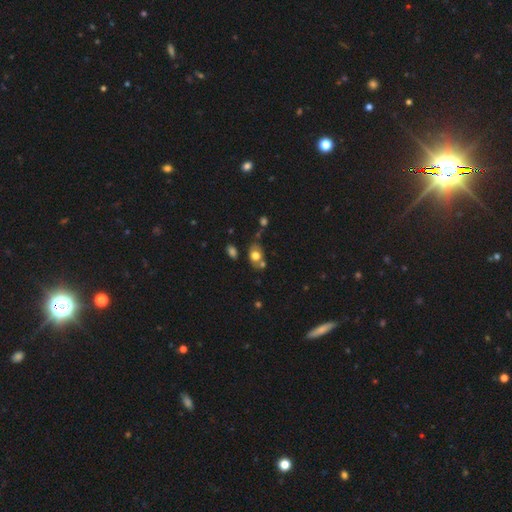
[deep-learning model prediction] smooth 70%, featured or disk 19%, star or artifact 11%. Down the decision tree: how rounded — in between (69%); merging — none (56%).